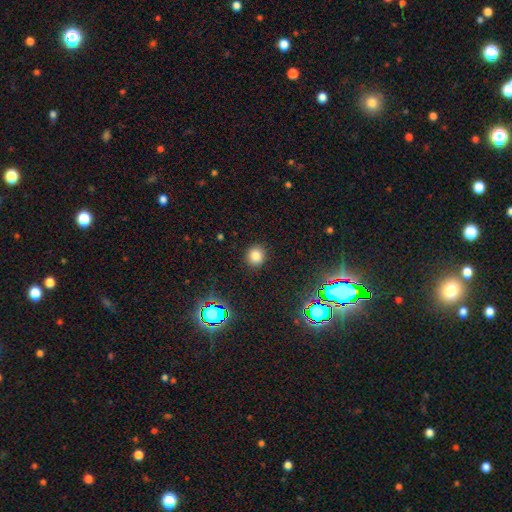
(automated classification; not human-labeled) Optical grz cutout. It shows a smooth galaxy with no disk features (78%) that is round (86%). Merging: none (90%).